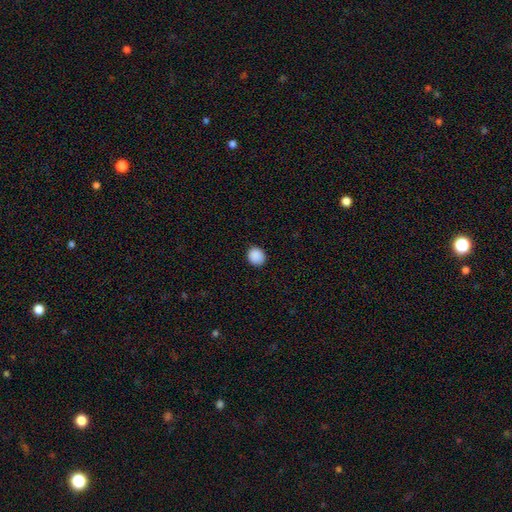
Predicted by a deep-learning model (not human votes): Overall: smooth (90%). How rounded: round (83%). Merging: none (91%).